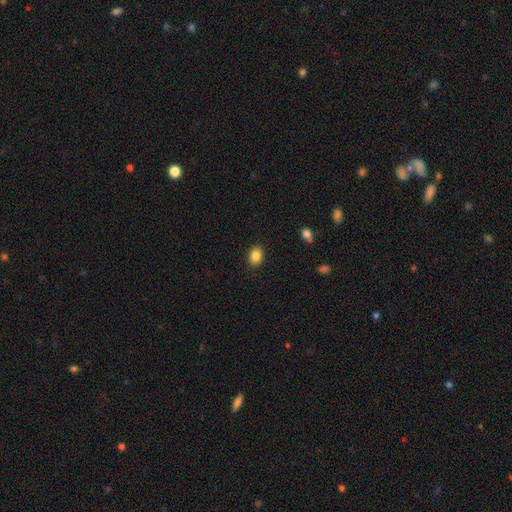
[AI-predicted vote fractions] smooth 86%, star or artifact 9%, featured or disk 5%. Down the decision tree: how rounded — in between (73%); merging — none (88%).